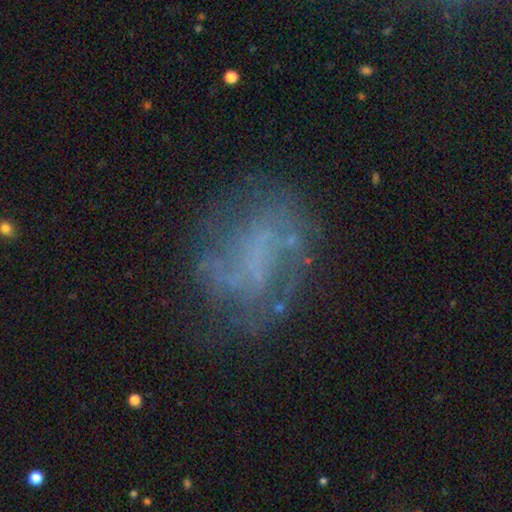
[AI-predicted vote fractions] smooth-or-featured: featured or disk: 64% | smooth: 20% | star or artifact: 16%
  disk-edge-on: no: 97% | yes: 3%
    bar: no: 59% | weak: 30% | strong: 11%
    has-spiral-arms: yes: 62% | no: 38%
    bulge-size: none: 74% | small: 15% | moderate: 7% | large: 3% | dominant: 1%
  merging: none: 62% | minor disturbance: 18% | major disturbance: 17% | merger: 3%